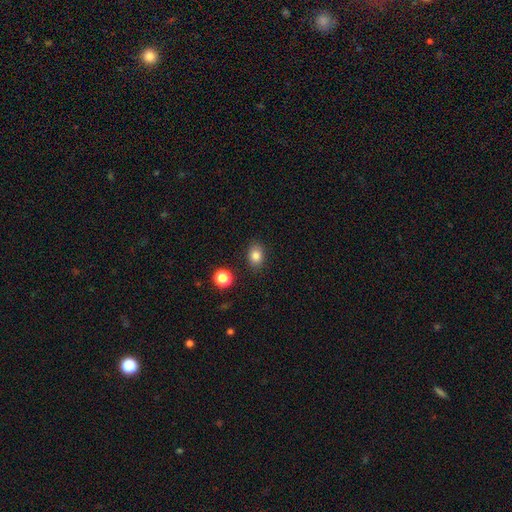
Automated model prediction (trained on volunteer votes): The model was most divided on "how rounded": in between: 63%, round: 36%, cigar-shaped: 1%. More confident: merging — none (86%); smooth or featured — smooth (83%).